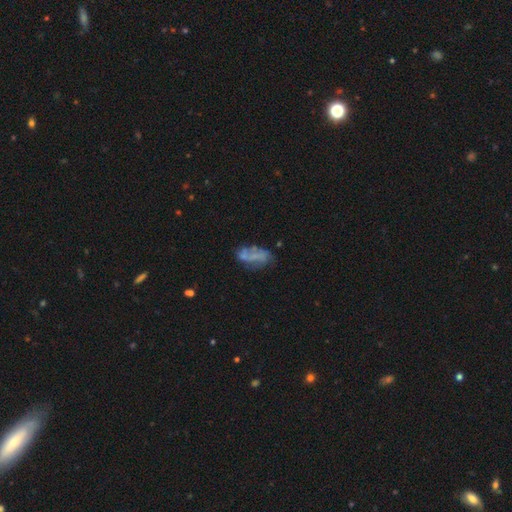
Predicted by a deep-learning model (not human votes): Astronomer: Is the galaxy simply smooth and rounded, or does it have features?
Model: featured or disk — 48% (runner-up: smooth, 41%).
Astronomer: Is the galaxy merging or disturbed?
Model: none — 44% (runner-up: minor disturbance, 25%).